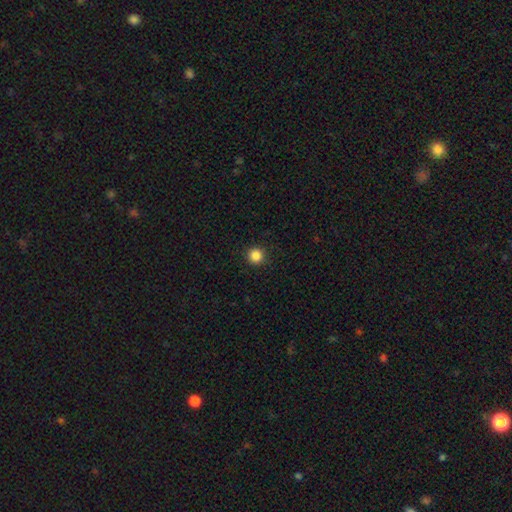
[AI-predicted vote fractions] smooth_or_featured: smooth (p=0.85) [alt: star or artifact p=0.12]
how_rounded: round (p=0.95) [alt: in between p=0.04]
merging: none (p=0.92) [alt: minor disturbance p=0.05]